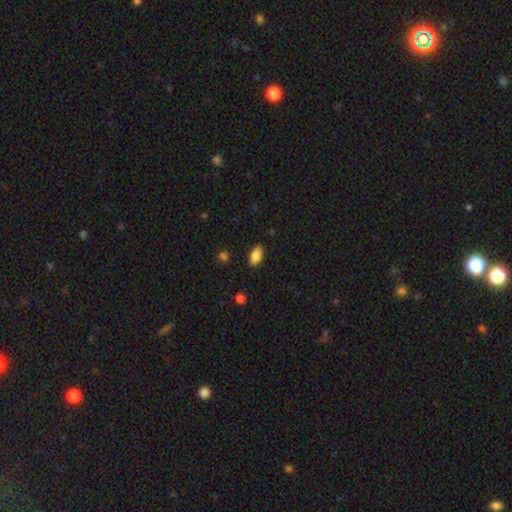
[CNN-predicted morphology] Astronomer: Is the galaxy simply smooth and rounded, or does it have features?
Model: smooth — 86%.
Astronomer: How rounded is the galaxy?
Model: in between — 92%.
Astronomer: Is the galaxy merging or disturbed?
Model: none — 87%.